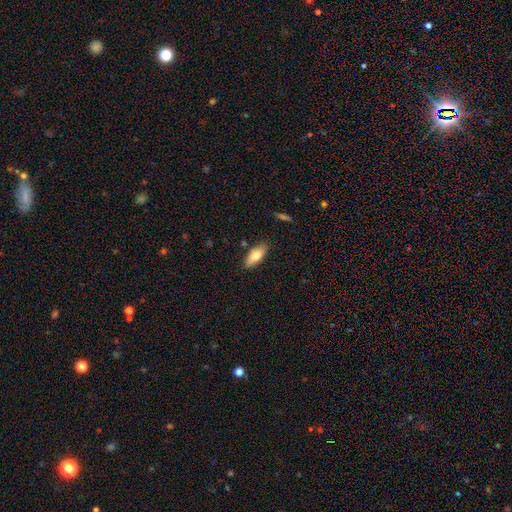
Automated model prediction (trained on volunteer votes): Smooth or featured: smooth — 74% (featured or disk — 19%)
How rounded: in between — 80% (cigar-shaped — 18%)
Merging: none — 83% (minor disturbance — 12%)